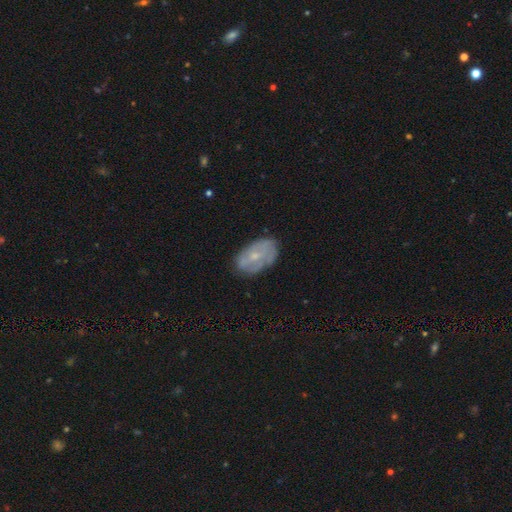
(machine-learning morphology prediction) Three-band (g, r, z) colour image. It shows a featured or disk galaxy (56%) with no bar (65%), spiral arms (57%) and a small central bulge (62%). Merging: none (69%).